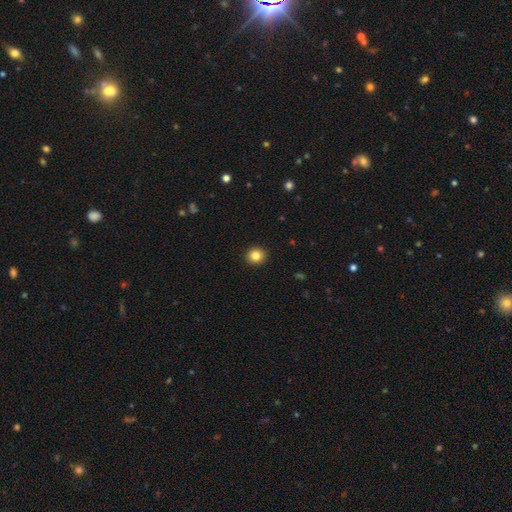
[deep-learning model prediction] Smooth or featured?
  - smooth: 84% *
  - star or artifact: 10%
  - featured or disk: 6%
How rounded?
  - round: 88% *
  - in between: 11%
  - cigar-shaped: 1%
Merging?
  - none: 93% *
  - minor disturbance: 5%
  - major disturbance: 2%
  - merger: 1%